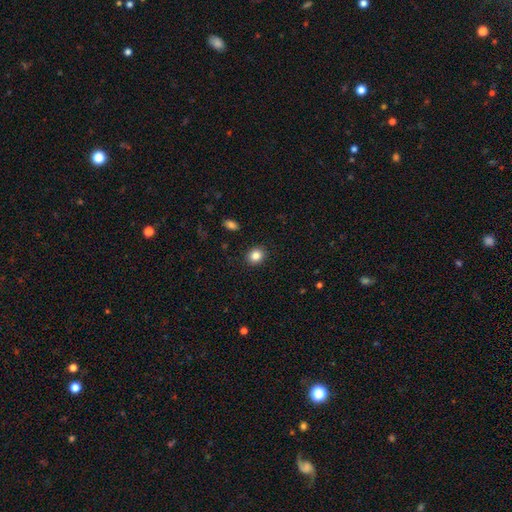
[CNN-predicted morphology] Smooth or featured?
  - smooth: 85% *
  - star or artifact: 10%
  - featured or disk: 5%
How rounded?
  - round: 71% *
  - in between: 28%
  - cigar-shaped: 1%
Merging?
  - none: 90% *
  - minor disturbance: 7%
  - major disturbance: 2%
  - merger: 1%